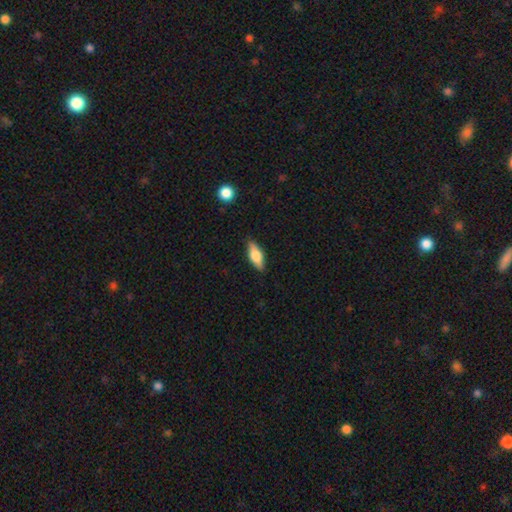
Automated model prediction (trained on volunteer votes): This is likely a smooth galaxy (61%). How rounded: likely in between (70%). Merging: clearly none (86%).